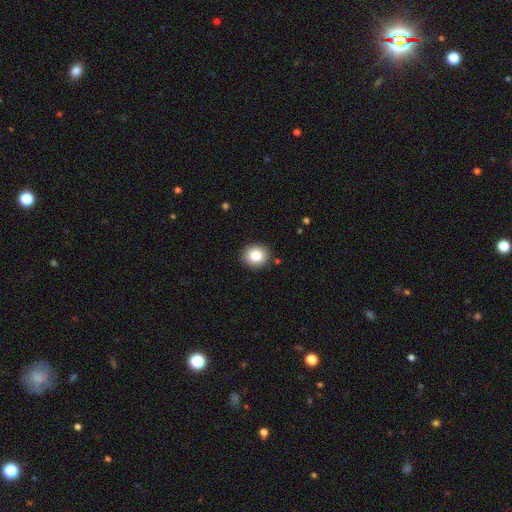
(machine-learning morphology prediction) Overall: smooth (85%). How rounded: round (84%). Merging: none (90%).